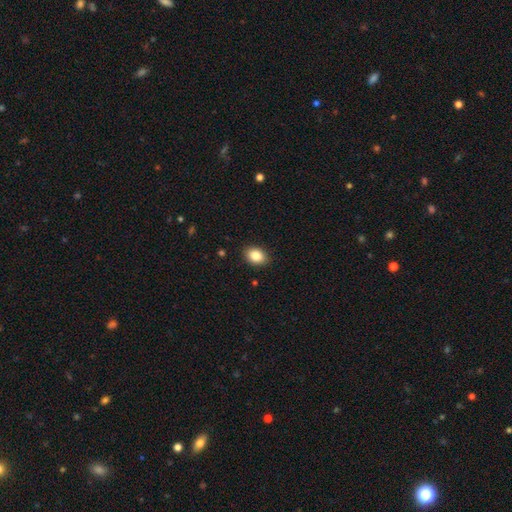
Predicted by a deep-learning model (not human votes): A smooth galaxy with no disk features (87%) that is in between round and cigar-shaped (69%).

Vote fractions:
- Smooth or featured? smooth: 87% / star or artifact: 8% / featured or disk: 5%
- How rounded? in between: 69% / round: 30% / cigar-shaped: 1%
- Merging? none: 88% / minor disturbance: 9% / major disturbance: 2% / merger: 1%